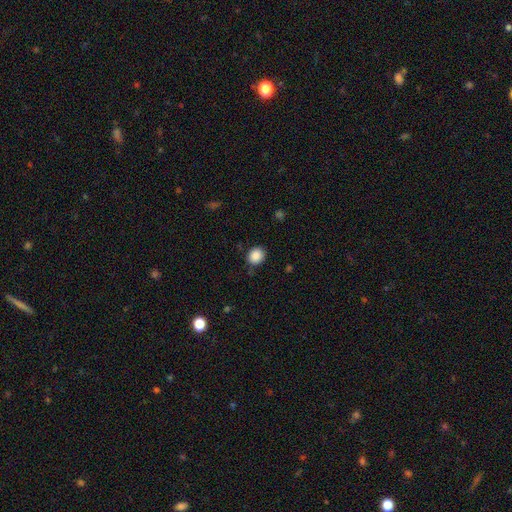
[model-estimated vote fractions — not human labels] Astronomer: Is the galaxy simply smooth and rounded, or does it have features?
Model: smooth — 88%.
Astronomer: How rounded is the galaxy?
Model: round — 75%.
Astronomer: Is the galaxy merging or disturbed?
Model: none — 82%.